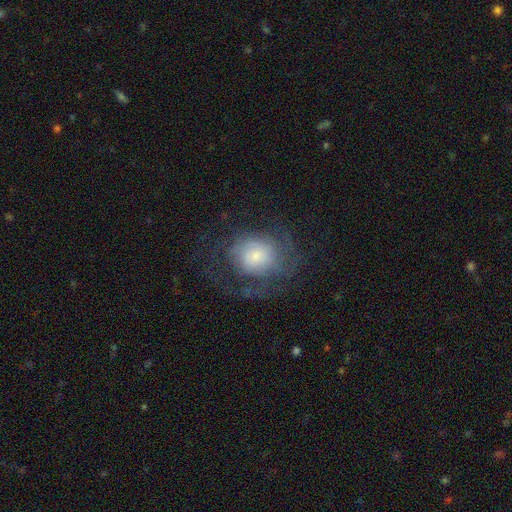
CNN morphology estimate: smooth-or-featured: featured or disk: 53% | smooth: 37% | star or artifact: 10%
  disk-edge-on: no: 97% | yes: 3%
    bar: no: 76% | weak: 21% | strong: 4%
    has-spiral-arms: yes: 78% | no: 22%
    bulge-size: small: 36% | moderate: 34% | large: 21% | dominant: 5% | none: 4%
  merging: none: 56% | major disturbance: 25% | minor disturbance: 18% | merger: 1%